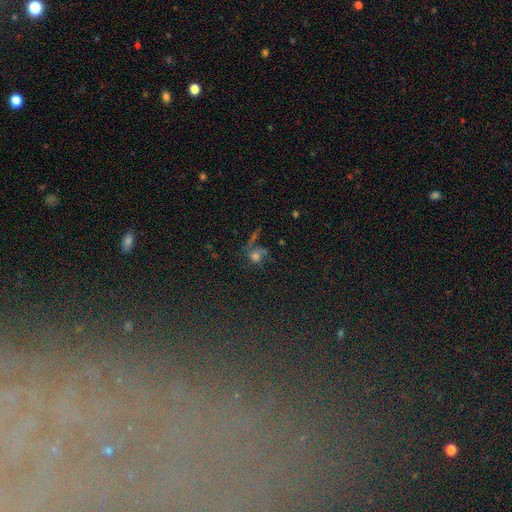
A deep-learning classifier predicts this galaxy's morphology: Smooth or featured?
  - smooth: 49% *
  - star or artifact: 32%
  - featured or disk: 19%
Merging?
  - none: 53% *
  - merger: 18%
  - major disturbance: 15%
  - minor disturbance: 14%